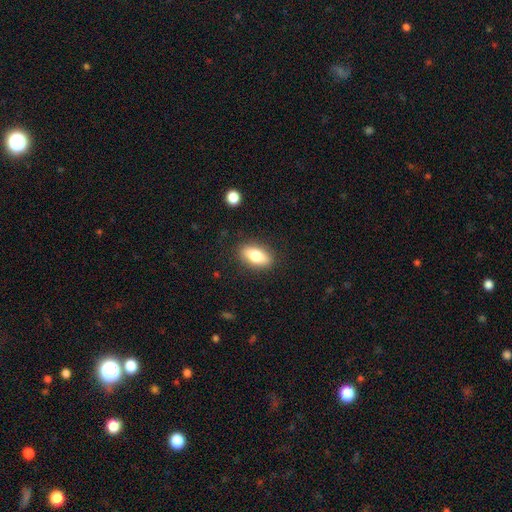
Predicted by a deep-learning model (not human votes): Q: Smooth or featured?
A: smooth (76%); runner-up: featured or disk (16%)
Q: How rounded?
A: in between (86%); runner-up: cigar-shaped (9%)
Q: Merging?
A: none (87%); runner-up: minor disturbance (9%)